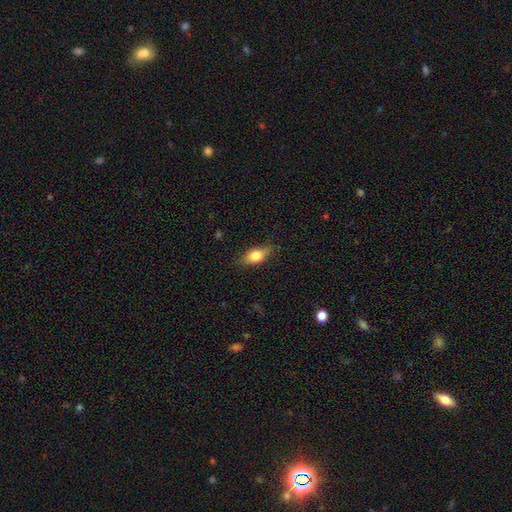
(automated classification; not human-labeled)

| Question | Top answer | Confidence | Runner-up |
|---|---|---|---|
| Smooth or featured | smooth | 71% | featured or disk (21%) |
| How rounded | in between | 79% | cigar-shaped (12%) |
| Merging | none | 78% | minor disturbance (17%) |